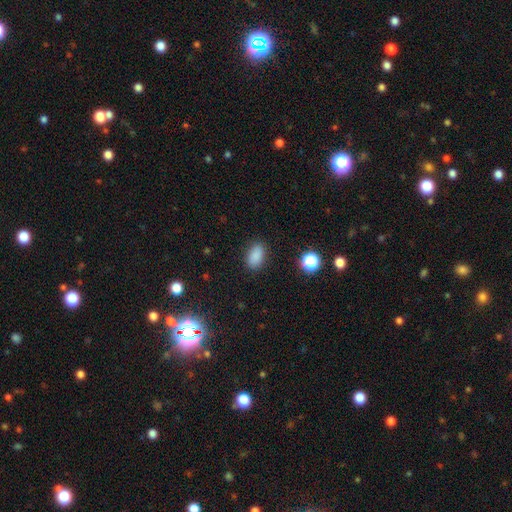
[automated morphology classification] smooth_or_featured: smooth (p=0.86) [alt: star or artifact p=0.11]
how_rounded: in between (p=0.88) [alt: round p=0.10]
merging: none (p=0.86) [alt: minor disturbance p=0.10]